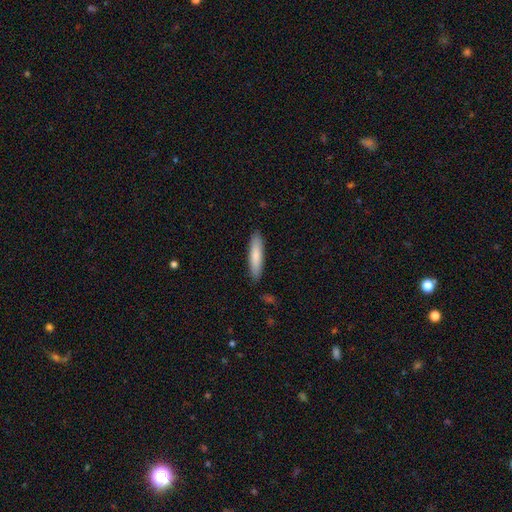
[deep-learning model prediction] Morphology: type=smooth (81%); roundness=cigar-shaped (81%); merging=none (89%).